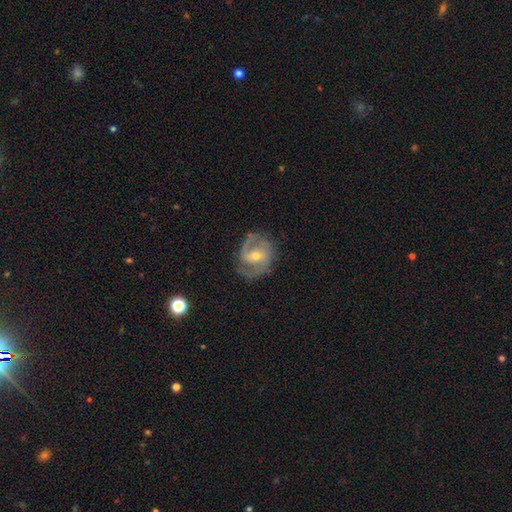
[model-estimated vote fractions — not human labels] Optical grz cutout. It shows a featured or disk galaxy (85%) with a weak bar (47%), 2 (83%) medium (54%) spiral arms (95%) and a moderate central bulge (53%). Merging: none (73%).